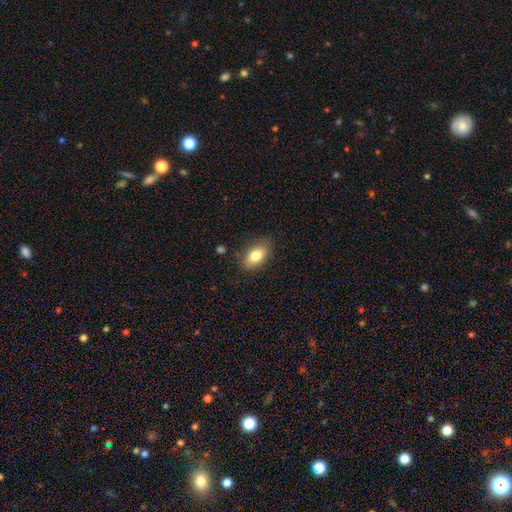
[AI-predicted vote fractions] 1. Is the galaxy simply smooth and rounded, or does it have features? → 80% smooth, 13% featured or disk, 8% star or artifact.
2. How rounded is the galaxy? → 88% in between, 7% round, 4% cigar-shaped.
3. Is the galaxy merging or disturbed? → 82% none, 13% minor disturbance, 3% major disturbance, 2% merger.